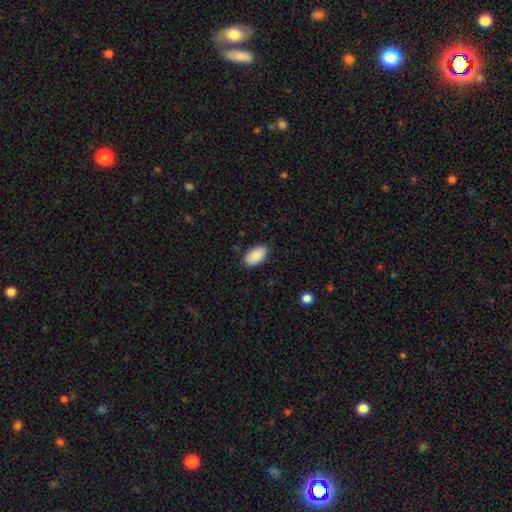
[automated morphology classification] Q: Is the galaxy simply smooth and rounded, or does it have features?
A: smooth — 91%.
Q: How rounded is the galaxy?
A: in between — 95%.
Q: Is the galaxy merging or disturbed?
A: none — 86%.